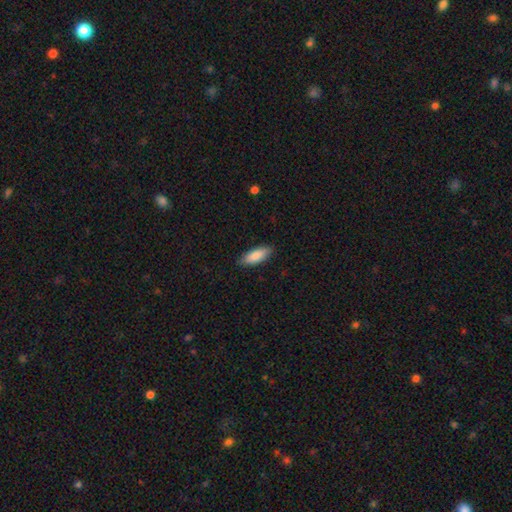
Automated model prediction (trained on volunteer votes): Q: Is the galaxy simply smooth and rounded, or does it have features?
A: smooth — 86%.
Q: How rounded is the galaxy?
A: in between — 76%.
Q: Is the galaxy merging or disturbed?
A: none — 86%.